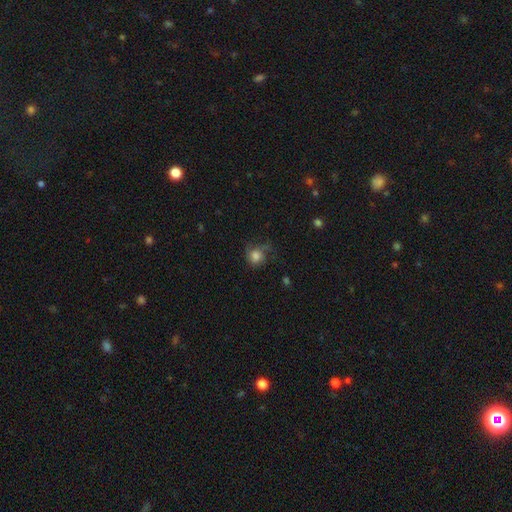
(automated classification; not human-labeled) A smooth galaxy with no disk features (64%) that is round (77%).

Vote fractions:
- Smooth or featured? smooth: 64% / featured or disk: 26% / star or artifact: 10%
- How rounded? round: 77% / in between: 22% / cigar-shaped: 1%
- Merging? none: 47% / major disturbance: 26% / minor disturbance: 25% / merger: 2%